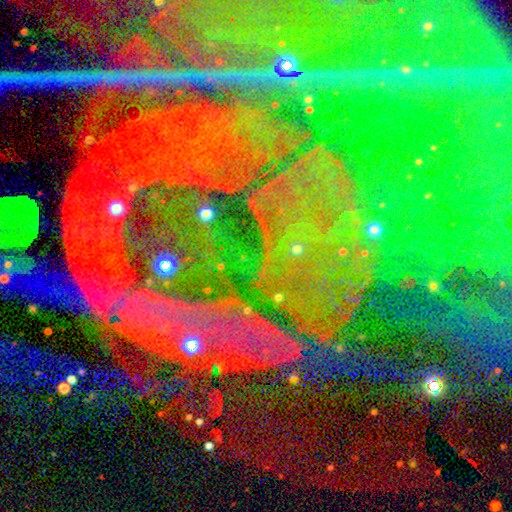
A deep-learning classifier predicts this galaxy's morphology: This appears to be a star or artifact, not a galaxy (88%).